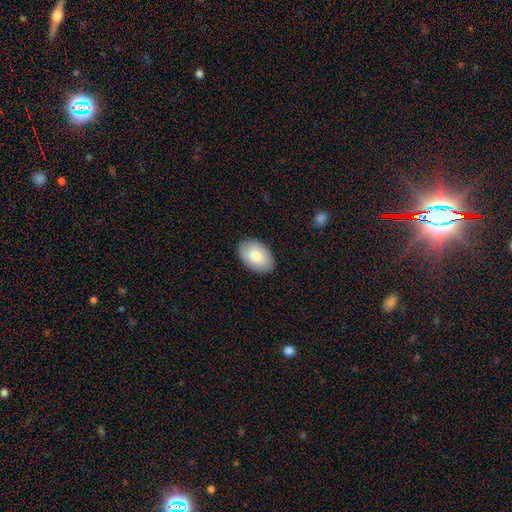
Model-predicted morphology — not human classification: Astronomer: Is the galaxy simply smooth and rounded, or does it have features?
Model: smooth — 82%.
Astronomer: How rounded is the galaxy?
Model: in between — 92%.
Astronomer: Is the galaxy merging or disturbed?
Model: none — 88%.